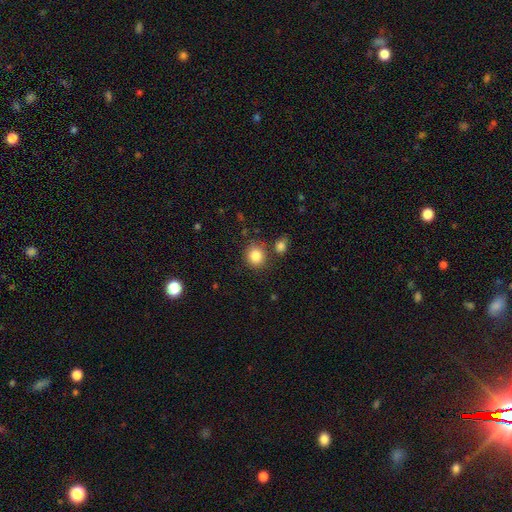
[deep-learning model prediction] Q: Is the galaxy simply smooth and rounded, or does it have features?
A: smooth — 85%.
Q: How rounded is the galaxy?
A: round — 84%.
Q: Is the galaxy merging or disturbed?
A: none — 77%.